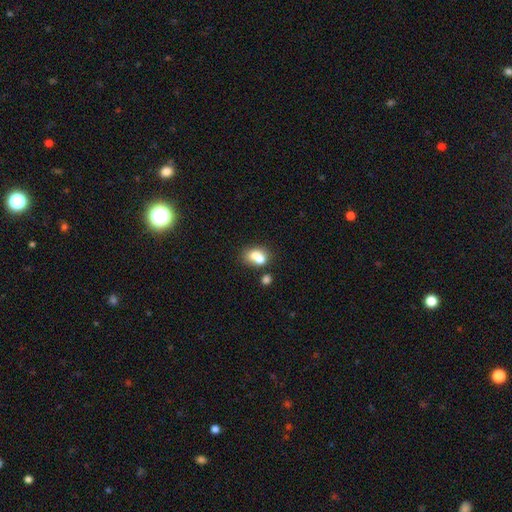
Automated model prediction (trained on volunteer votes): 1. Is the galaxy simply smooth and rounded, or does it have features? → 71% smooth, 18% featured or disk, 11% star or artifact.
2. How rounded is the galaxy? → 57% in between, 41% round, 1% cigar-shaped.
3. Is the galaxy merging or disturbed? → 55% merger, 31% none, 10% minor disturbance, 5% major disturbance.